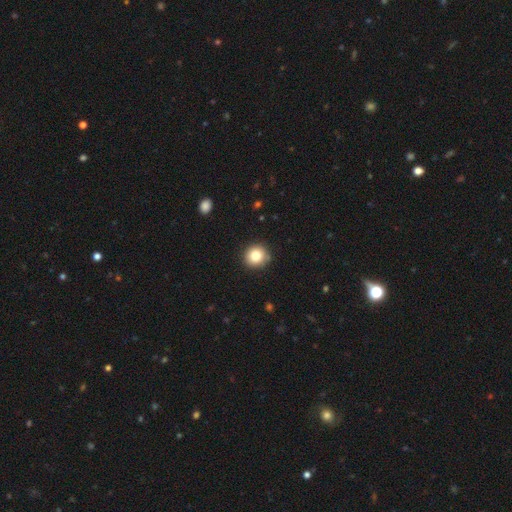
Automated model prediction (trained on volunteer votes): smooth 82%, star or artifact 10%, featured or disk 8%. Down the decision tree: how rounded — round (92%); merging — none (89%).